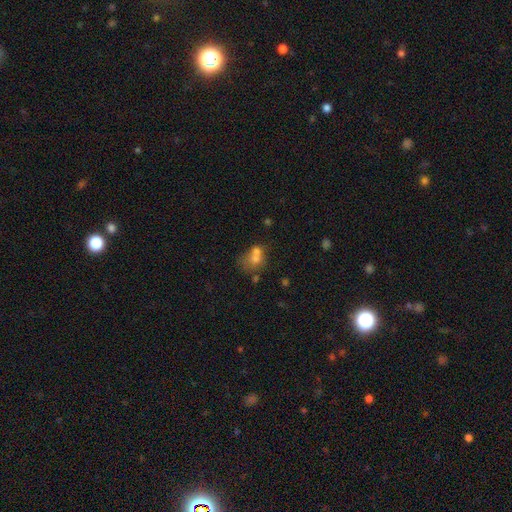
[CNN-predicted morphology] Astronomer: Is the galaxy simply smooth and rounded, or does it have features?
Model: smooth — 62%.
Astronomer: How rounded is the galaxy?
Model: in between — 49%, tied with round at 49%.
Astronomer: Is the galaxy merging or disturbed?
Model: merger — 57%.